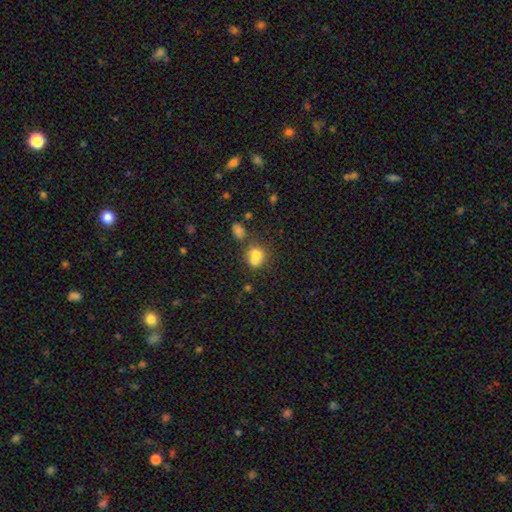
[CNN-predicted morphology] Smooth or featured? Predicted: smooth (p=0.71). How rounded? Predicted: round (p=0.65). Merging? Predicted: merger (p=0.54).